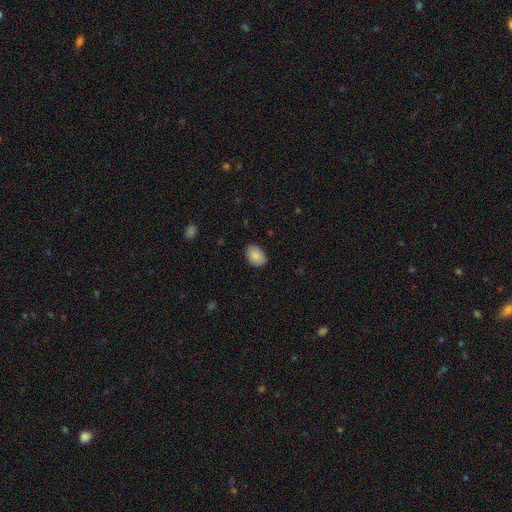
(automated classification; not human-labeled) Q: Smooth or featured?
A: smooth (87%); runner-up: star or artifact (7%)
Q: How rounded?
A: in between (81%); runner-up: round (18%)
Q: Merging?
A: none (86%); runner-up: minor disturbance (11%)